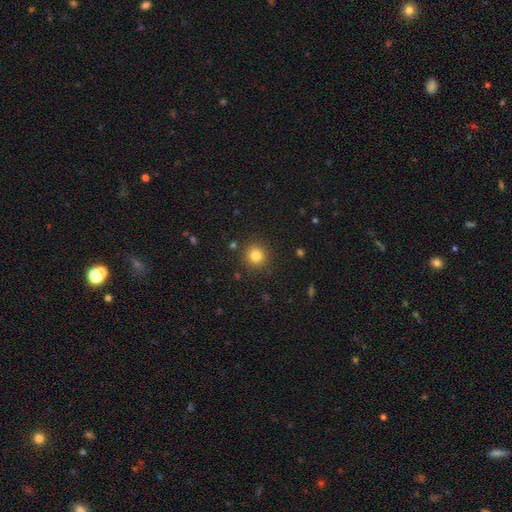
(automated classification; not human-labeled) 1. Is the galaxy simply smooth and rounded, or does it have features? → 81% smooth, 13% star or artifact, 6% featured or disk.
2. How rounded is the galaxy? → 93% round, 6% in between, 1% cigar-shaped.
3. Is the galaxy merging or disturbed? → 90% none, 6% minor disturbance, 2% major disturbance, 2% merger.